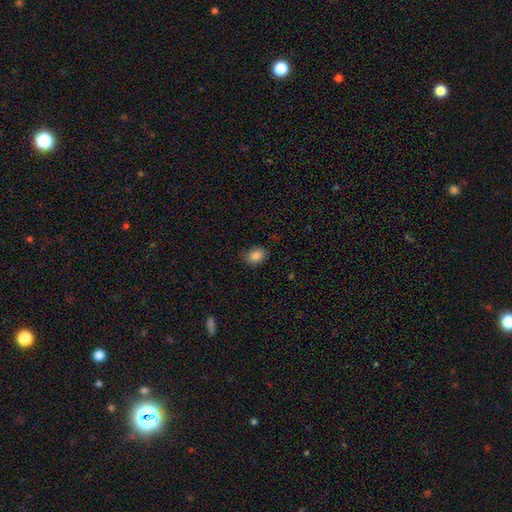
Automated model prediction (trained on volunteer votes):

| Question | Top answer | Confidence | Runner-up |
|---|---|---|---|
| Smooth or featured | smooth | 86% | star or artifact (10%) |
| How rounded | in between | 68% | round (31%) |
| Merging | none | 84% | minor disturbance (13%) |